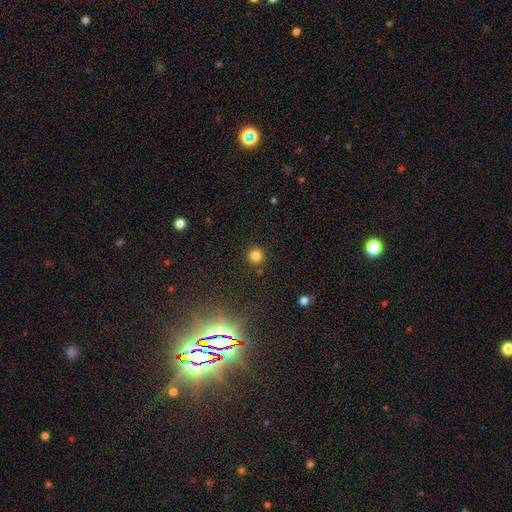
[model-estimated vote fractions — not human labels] Smooth or featured: smooth — 81% (star or artifact — 14%)
How rounded: round — 95% (in between — 4%)
Merging: none — 90% (minor disturbance — 6%)